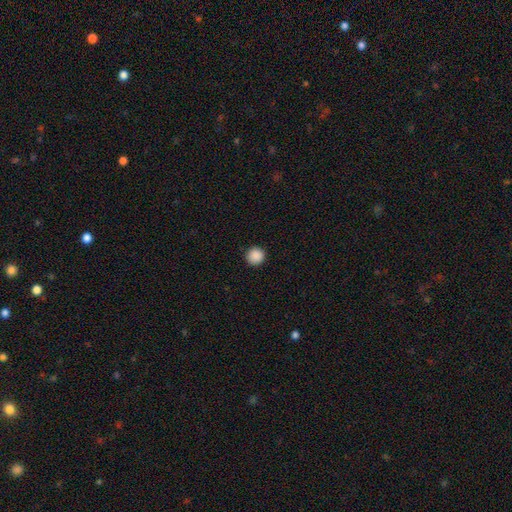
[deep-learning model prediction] Smooth or featured?
  - smooth: 89% *
  - star or artifact: 9%
  - featured or disk: 2%
How rounded?
  - round: 95% *
  - in between: 4%
  - cigar-shaped: 1%
Merging?
  - none: 93% *
  - minor disturbance: 5%
  - major disturbance: 2%
  - merger: 1%